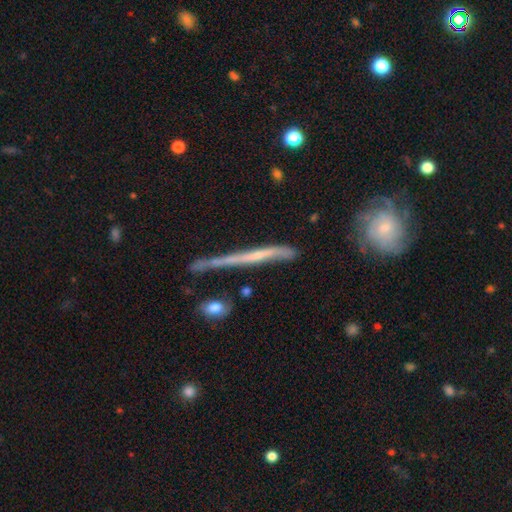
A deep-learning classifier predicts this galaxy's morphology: This is likely a featured or disk galaxy (67%). It is clearly viewed edge-on (88%). Edge-on bulge: likely none (72%). Merging: possibly none (57%).